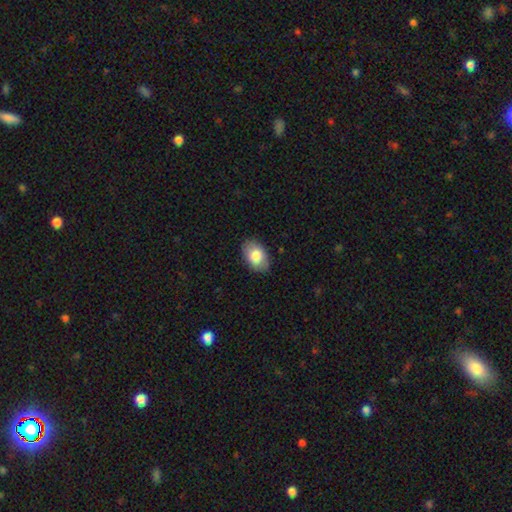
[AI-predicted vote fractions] Smooth or featured? Predicted: smooth (p=0.81). How rounded? Predicted: in between (p=0.91). Merging? Predicted: none (p=0.85).